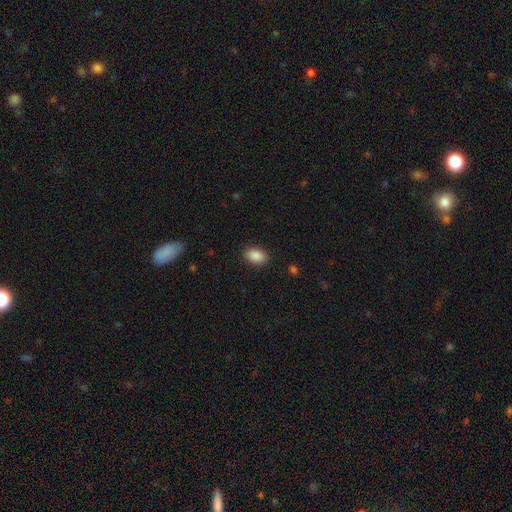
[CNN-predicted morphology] Smooth or featured?
  - smooth: 89% *
  - star or artifact: 8%
  - featured or disk: 3%
How rounded?
  - in between: 89% *
  - round: 9%
  - cigar-shaped: 1%
Merging?
  - none: 89% *
  - minor disturbance: 8%
  - major disturbance: 2%
  - merger: 1%